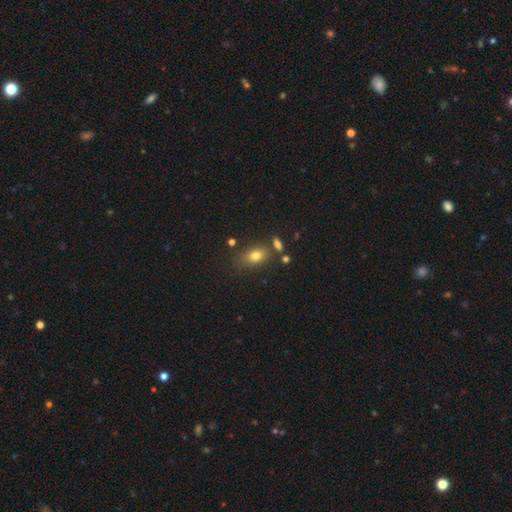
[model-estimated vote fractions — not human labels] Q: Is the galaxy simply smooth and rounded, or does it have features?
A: smooth — 77%.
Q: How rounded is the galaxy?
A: in between — 78%.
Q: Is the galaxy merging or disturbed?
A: none — 67%.